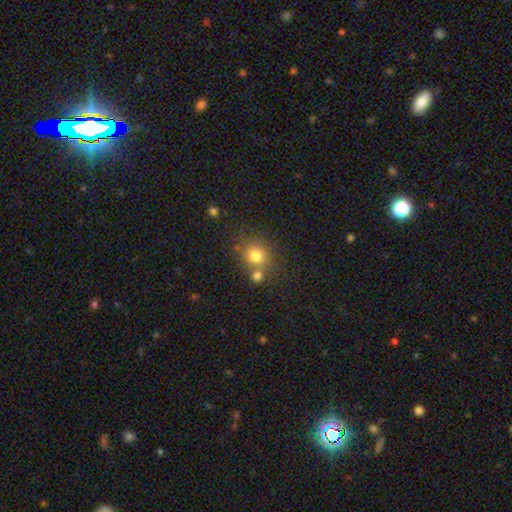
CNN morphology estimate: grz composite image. It shows a smooth galaxy with no disk features (77%) that is round (80%). Merging: none (61%).